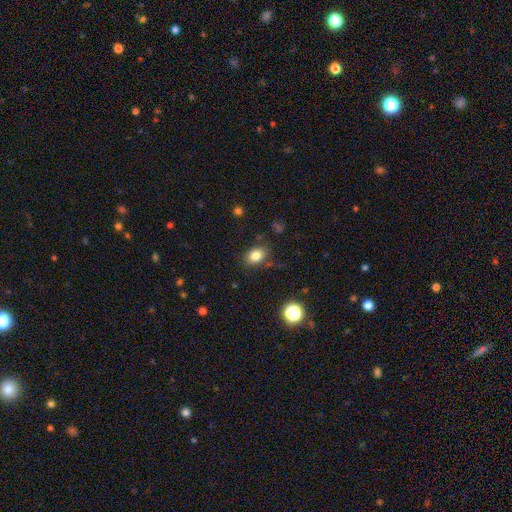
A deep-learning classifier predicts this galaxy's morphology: Smooth or featured?
  - smooth: 81% *
  - star or artifact: 11%
  - featured or disk: 8%
How rounded?
  - in between: 73% *
  - round: 26%
  - cigar-shaped: 1%
Merging?
  - none: 81% *
  - minor disturbance: 13%
  - major disturbance: 4%
  - merger: 2%